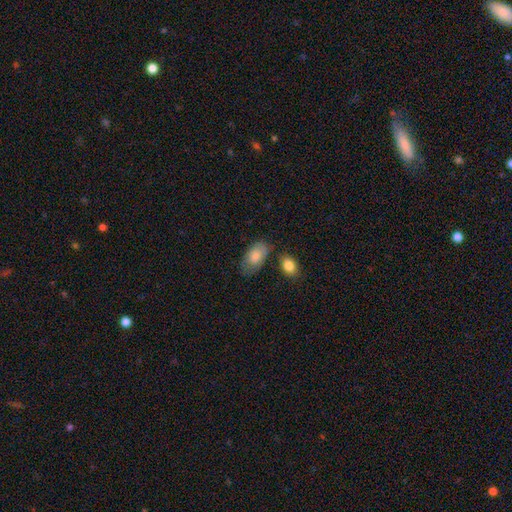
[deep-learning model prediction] A smooth galaxy with no disk features (81%) that is in between round and cigar-shaped (94%). Merging: none (57%).